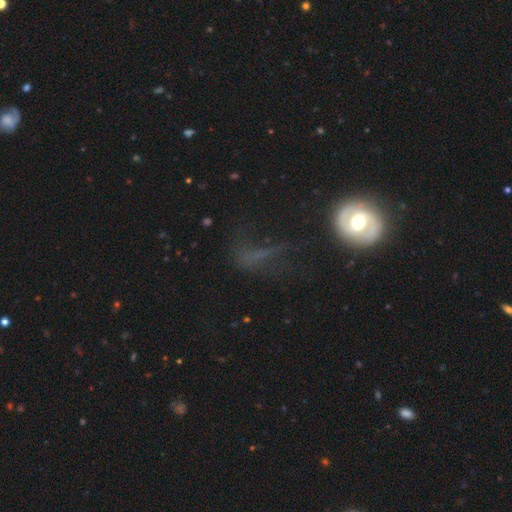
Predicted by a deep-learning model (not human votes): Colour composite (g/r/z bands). It shows a featured or disk galaxy (47%). Merging: none (51%).